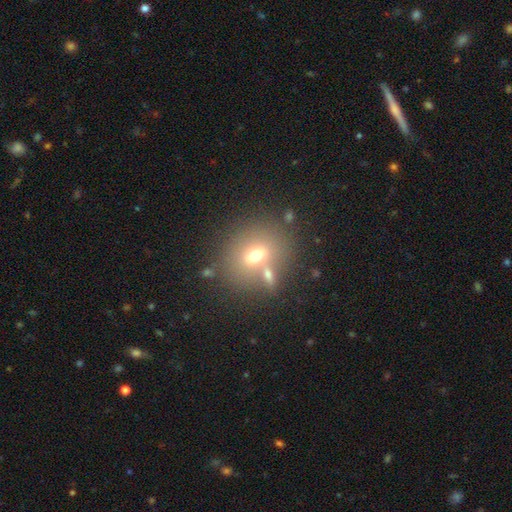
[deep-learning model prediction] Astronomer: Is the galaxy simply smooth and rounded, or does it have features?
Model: smooth — 65%.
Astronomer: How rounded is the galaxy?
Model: round — 60% (runner-up: in between, 39%).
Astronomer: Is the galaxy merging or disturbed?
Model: none — 63%.